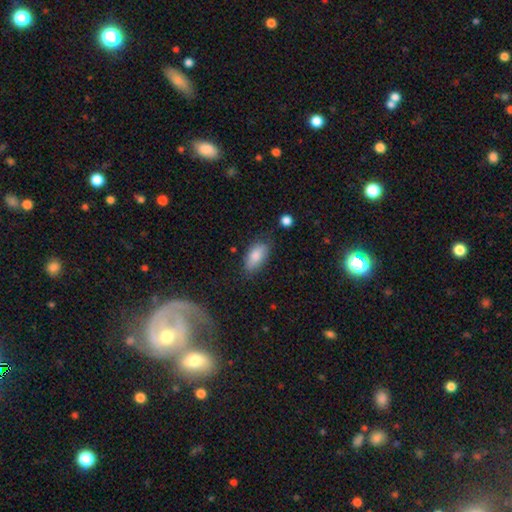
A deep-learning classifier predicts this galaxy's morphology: Smooth or featured? Predicted: smooth (p=0.82). How rounded? Predicted: in between (p=0.91). Merging? Predicted: none (p=0.73).